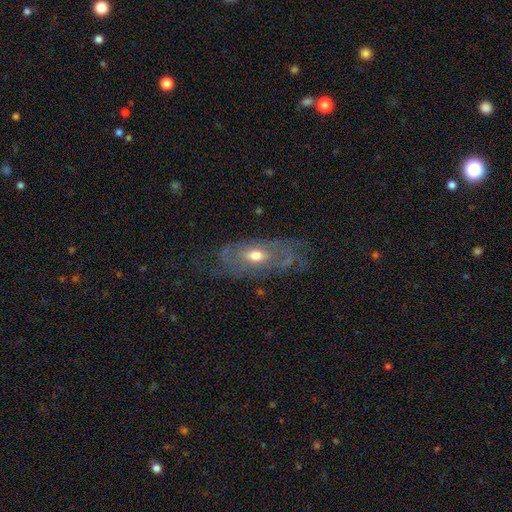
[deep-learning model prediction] Overall: featured or disk (66%; smooth 27%). Edge-on disk: no (83%). Bar: no (73%). Spiral arms: yes (61%; no 39%). Bulge size: moderate (71%). Merging: none (59%; minor disturbance 22%).